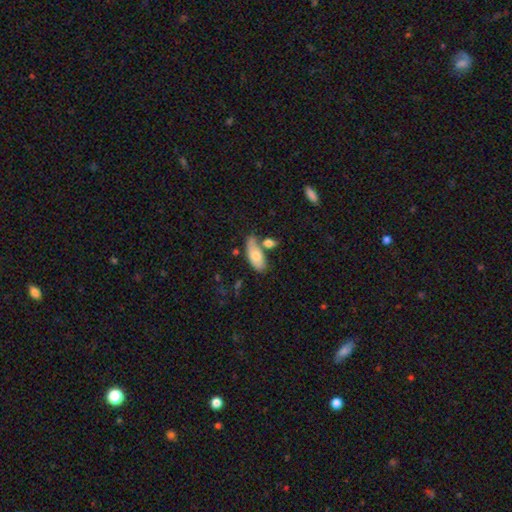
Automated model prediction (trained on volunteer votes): The model was most divided on "merging": none: 46%, merger: 26%, minor disturbance: 21%, major disturbance: 7%. More confident: how rounded — in between (86%); smooth or featured — smooth (73%).